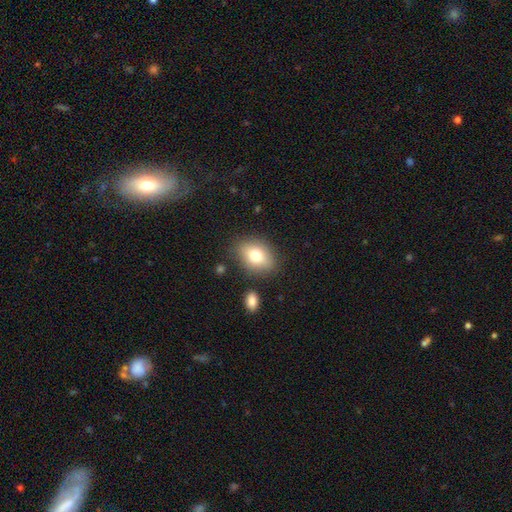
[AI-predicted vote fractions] This is likely a smooth galaxy (77%). How rounded: likely in between (74%). Merging: clearly none (80%).